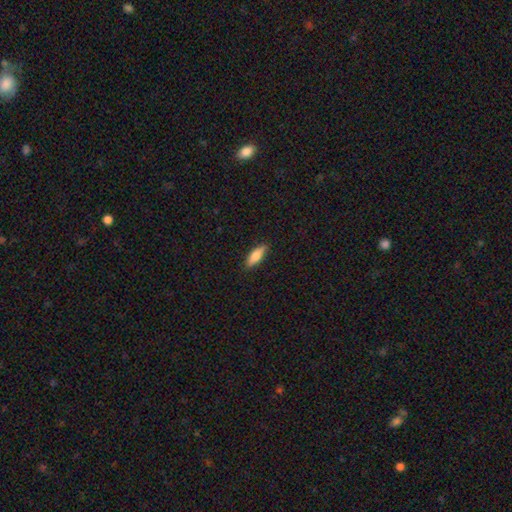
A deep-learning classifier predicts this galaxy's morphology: smooth-or-featured: smooth: 79% | featured or disk: 15% | star or artifact: 6%
  how-rounded: in between: 56% | cigar-shaped: 42% | round: 2%
  merging: none: 86% | minor disturbance: 11% | major disturbance: 2% | merger: 1%